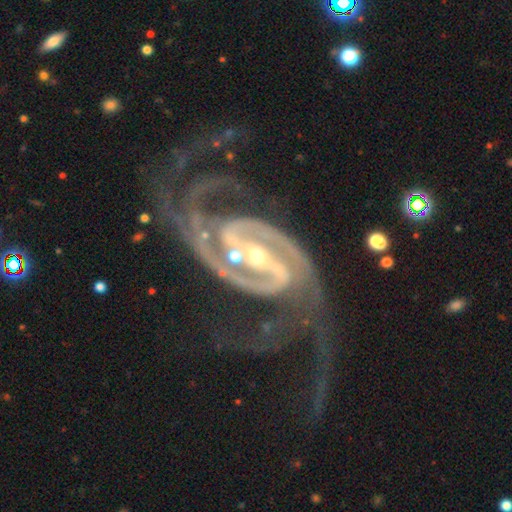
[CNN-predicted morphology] A featured or disk galaxy (94%) with a strong bar (61%), 2 (73%) medium (53%) spiral arms (99%) and a small central bulge (60%). Merging: none (50%).